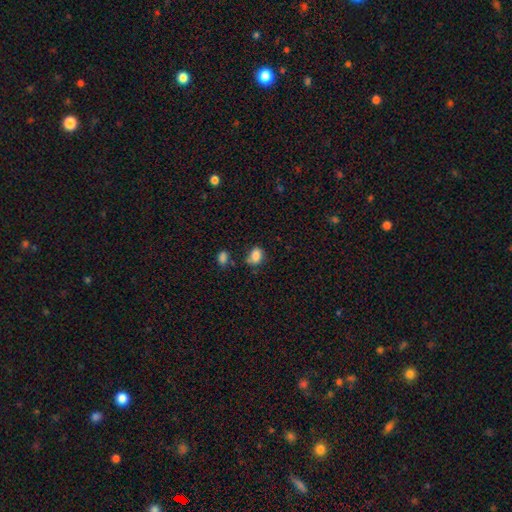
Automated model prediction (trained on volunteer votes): smooth-or-featured: smooth: 83% | star or artifact: 10% | featured or disk: 6%
  how-rounded: in between: 70% | round: 29% | cigar-shaped: 1%
  merging: none: 57% | minor disturbance: 26% | merger: 9% | major disturbance: 8%